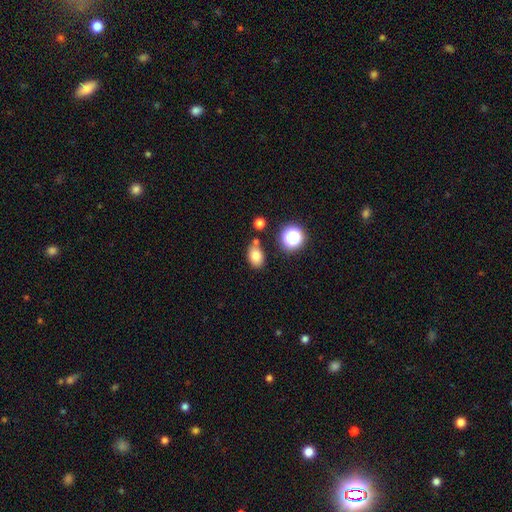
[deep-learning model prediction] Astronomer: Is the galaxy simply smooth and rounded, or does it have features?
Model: smooth — 78%.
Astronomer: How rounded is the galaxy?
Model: in between — 76%.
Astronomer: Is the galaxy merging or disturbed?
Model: none — 70%.